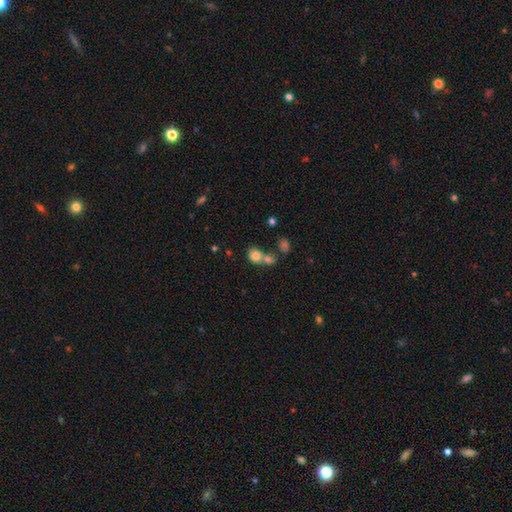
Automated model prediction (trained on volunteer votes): A smooth galaxy with no disk features (78%) that is round (72%).

Vote fractions:
- Smooth or featured? smooth: 78% / star or artifact: 11% / featured or disk: 11%
- How rounded? round: 72% / in between: 27% / cigar-shaped: 1%
- Merging? merger: 53% / none: 35% / minor disturbance: 8% / major disturbance: 4%